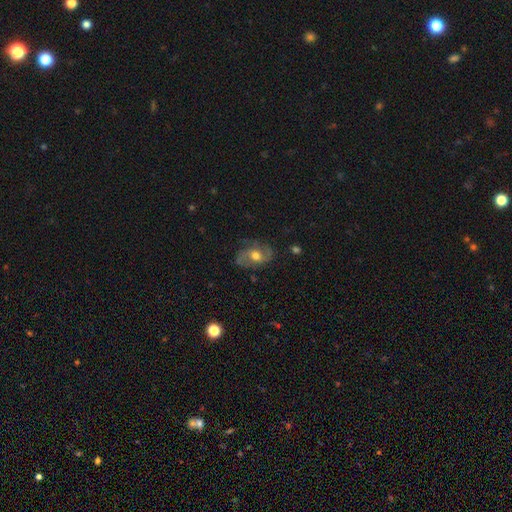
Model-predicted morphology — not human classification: smooth-or-featured: featured or disk: 66% | smooth: 25% | star or artifact: 8%
  disk-edge-on: no: 96% | yes: 4%
    bar: no: 57% | weak: 34% | strong: 9%
    has-spiral-arms: yes: 85% | no: 15%
      spiral-winding: loose: 43% | medium: 42% | tight: 15%
      spiral-arm-count: 2: 79% | can't tell: 10% | 3: 4% | 1: 3% | 4: 2% | more than 4: 2%
    bulge-size: moderate: 72% | small: 14% | large: 11% | none: 1% | dominant: 1%
  merging: none: 67% | minor disturbance: 21% | major disturbance: 10% | merger: 2%